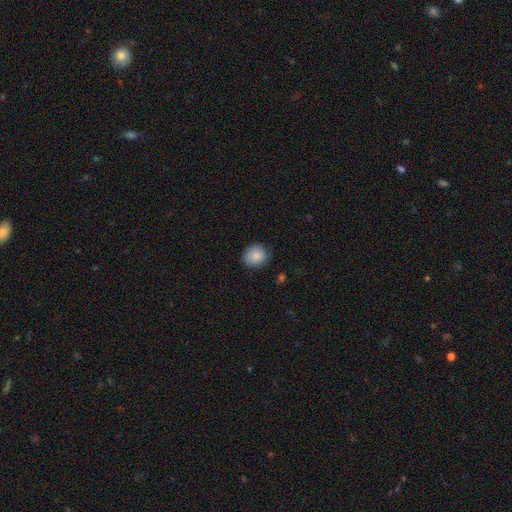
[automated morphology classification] This is clearly a smooth galaxy (85%). How rounded: likely round (77%). Merging: likely none (80%).